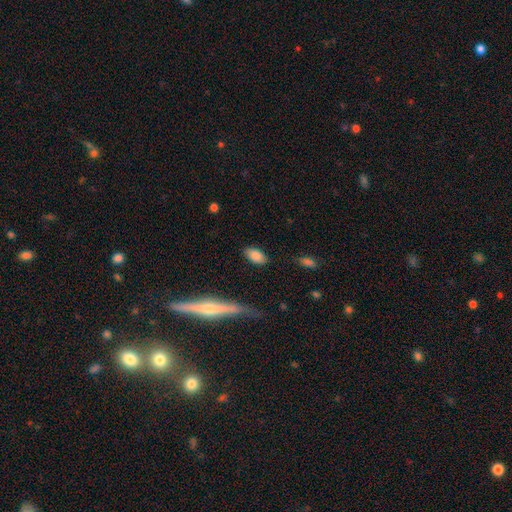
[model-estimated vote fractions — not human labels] A smooth galaxy with no disk features (85%) that is in between round and cigar-shaped (92%). Merging: none (83%).